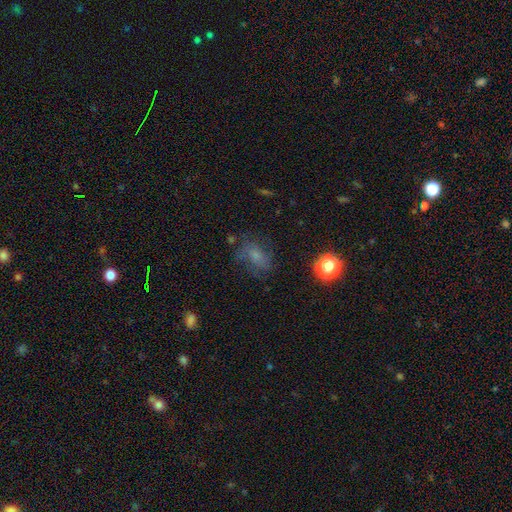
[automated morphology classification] A smooth galaxy with no disk features (50%) that is in between round and cigar-shaped (67%). Merging: none (58%).